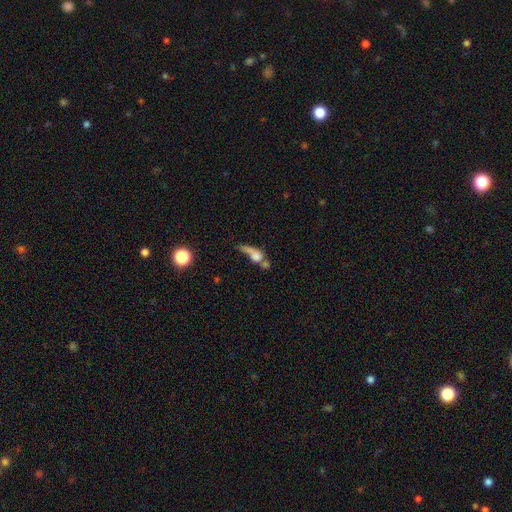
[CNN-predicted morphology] Smooth or featured? smooth (55%)
How rounded? in between (45%)
Merging? merger (41%)